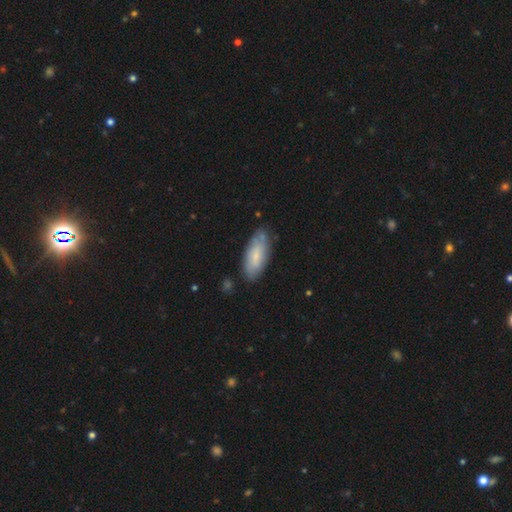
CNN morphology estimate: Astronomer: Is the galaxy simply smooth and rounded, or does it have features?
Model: smooth — 69%.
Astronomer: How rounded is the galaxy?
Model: in between — 78%.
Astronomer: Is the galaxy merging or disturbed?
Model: none — 76%.